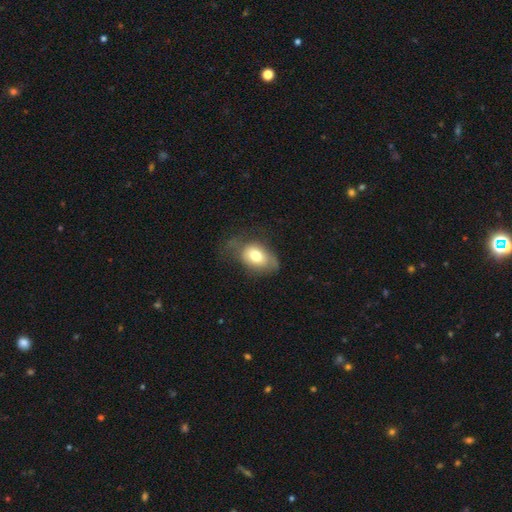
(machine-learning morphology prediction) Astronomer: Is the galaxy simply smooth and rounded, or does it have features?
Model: smooth — 70%.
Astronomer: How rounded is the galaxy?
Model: in between — 76%.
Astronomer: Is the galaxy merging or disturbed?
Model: none — 40% (runner-up: minor disturbance, 32%).